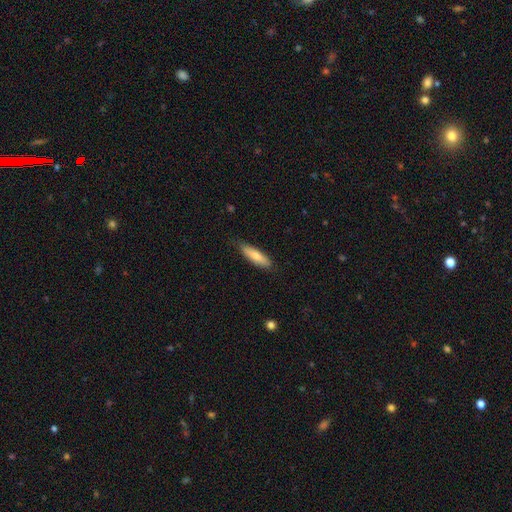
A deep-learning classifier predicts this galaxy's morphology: Smooth or featured? smooth (77%)
How rounded? cigar-shaped (60%)
Merging? none (81%)